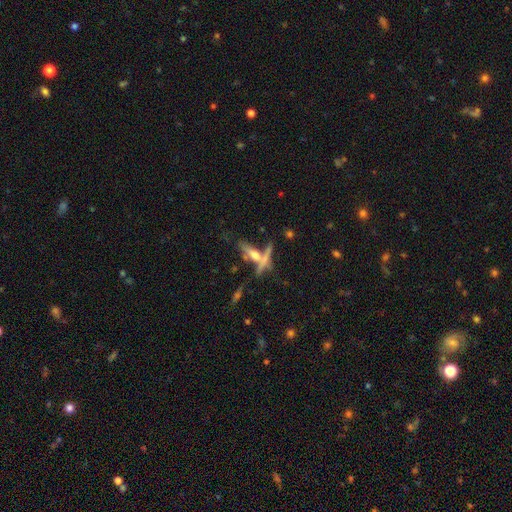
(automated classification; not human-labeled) This is possibly a featured or disk galaxy (53%). It is clearly viewed edge-on (82%). Merging: possibly none (47%).